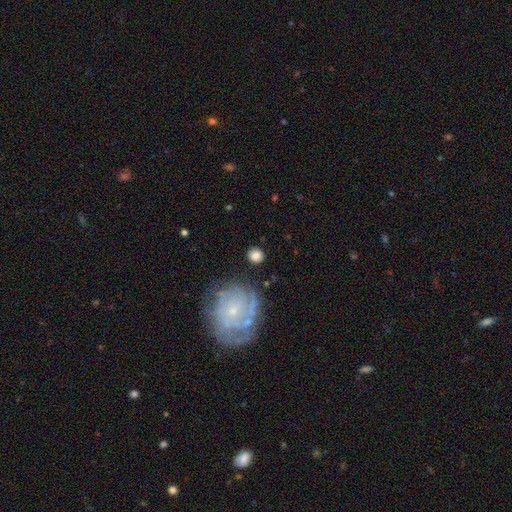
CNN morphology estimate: smooth 76%, featured or disk 16%, star or artifact 8%. Down the decision tree: how rounded — round (87%); merging — none (84%).